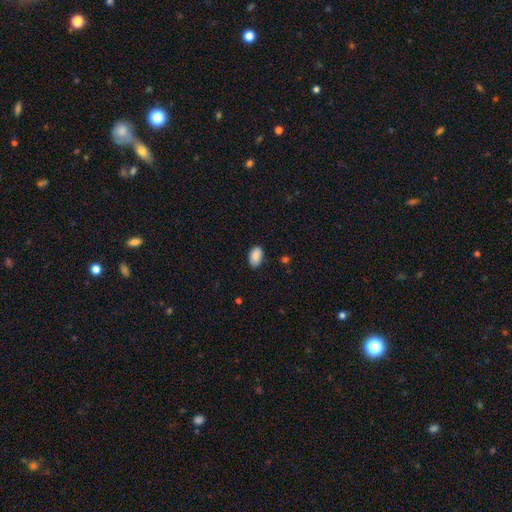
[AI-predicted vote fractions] The model was most divided on "merging": none: 81%, minor disturbance: 16%, major disturbance: 3%, merger: 1%. More confident: how rounded — in between (92%); smooth or featured — smooth (88%).